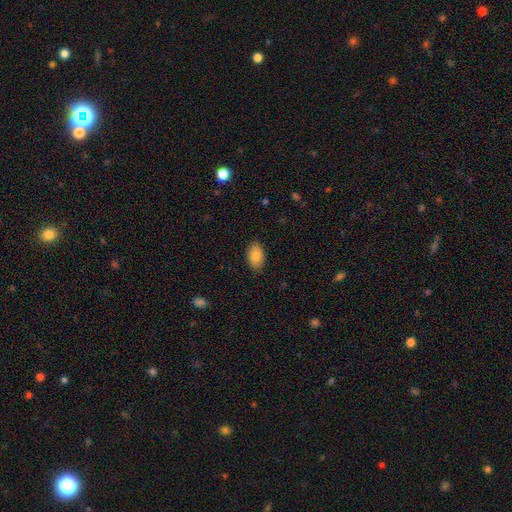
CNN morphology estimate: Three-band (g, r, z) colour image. It shows a smooth galaxy with no disk features (85%) that is in between round and cigar-shaped (92%). Merging: none (87%).